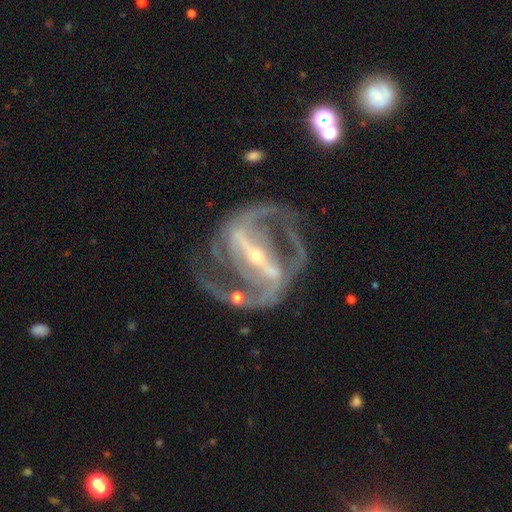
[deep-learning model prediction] Morphology: type=featured or disk (92%); edge-on=no (96%); bar=strong (86%); spiral arms=yes (97%); winding=medium (57%); arm count=2 (86%); bulge=small (76%); merging=none (68%).